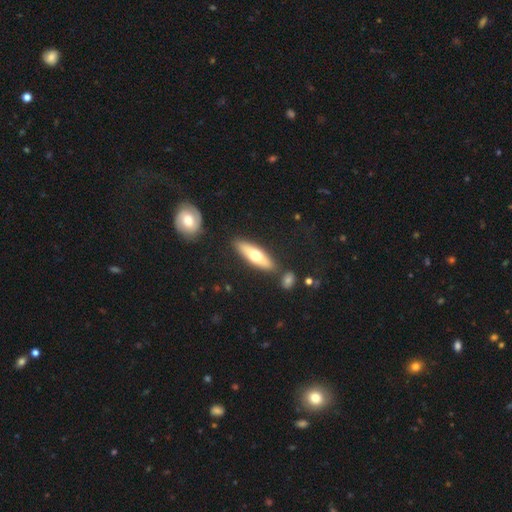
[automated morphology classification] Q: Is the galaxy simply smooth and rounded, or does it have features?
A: smooth — 54%.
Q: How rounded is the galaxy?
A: cigar-shaped — 62%.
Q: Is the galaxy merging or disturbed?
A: none — 83%.